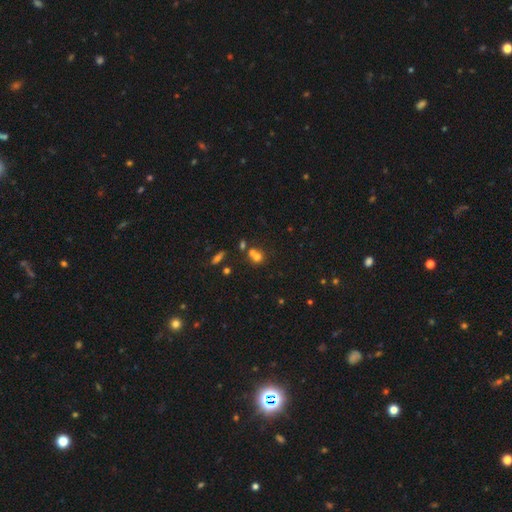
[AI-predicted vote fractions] This is likely a smooth galaxy (63%). How rounded: likely round (78%). Merging: possibly merger (50%).